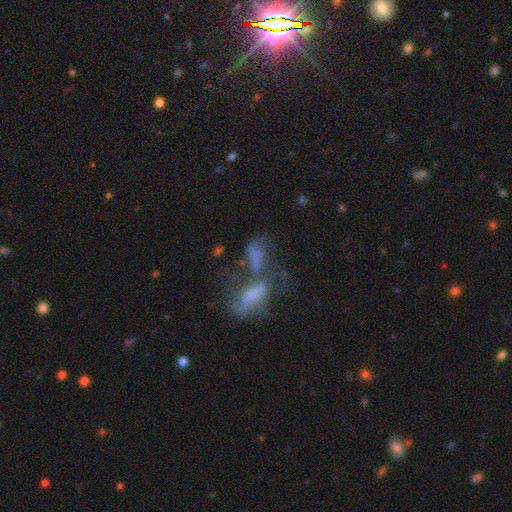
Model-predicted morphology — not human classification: The model was most divided on "smooth or featured": smooth: 51%, featured or disk: 32%, star or artifact: 17%. More confident: how rounded — in between (72%); merging — merger (55%).